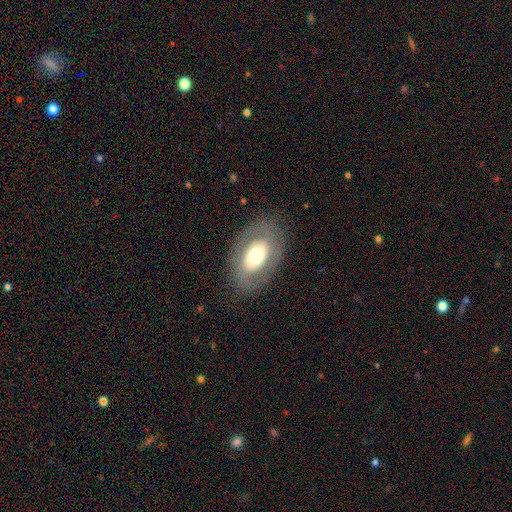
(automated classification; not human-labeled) The model was most divided on "smooth or featured": smooth: 49%, featured or disk: 43%, star or artifact: 7%. More confident: merging — none (80%).